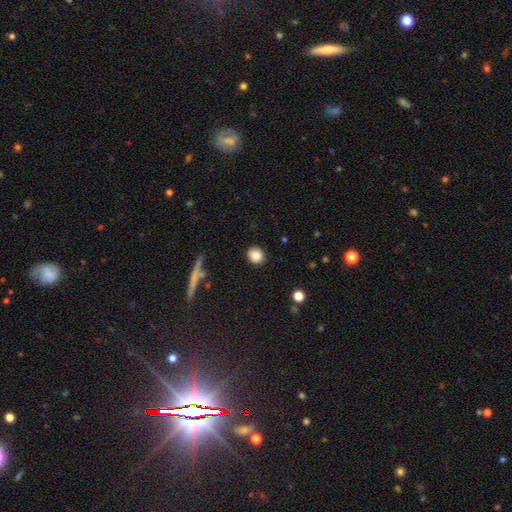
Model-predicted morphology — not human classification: type=smooth (86%); roundness=round (81%); merging=none (88%).